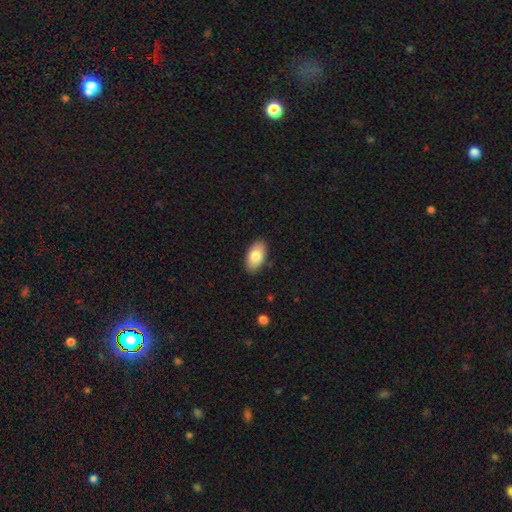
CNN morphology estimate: This is clearly a smooth galaxy (83%). How rounded: clearly in between (95%). Merging: clearly none (88%).